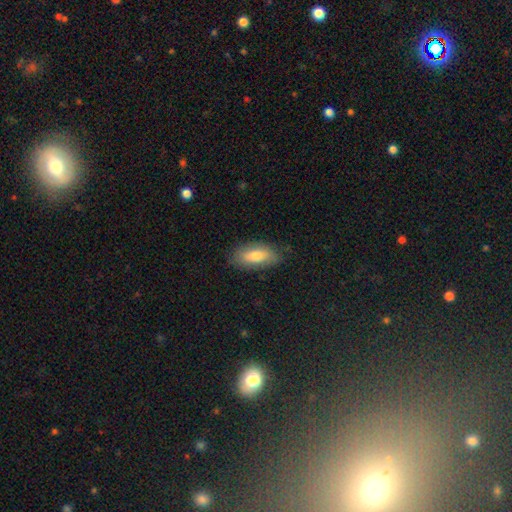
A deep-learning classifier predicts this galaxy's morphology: smooth_or_featured: smooth (p=0.74) [alt: featured or disk p=0.20]
how_rounded: in between (p=0.83) [alt: cigar-shaped p=0.14]
merging: none (p=0.80) [alt: minor disturbance p=0.15]